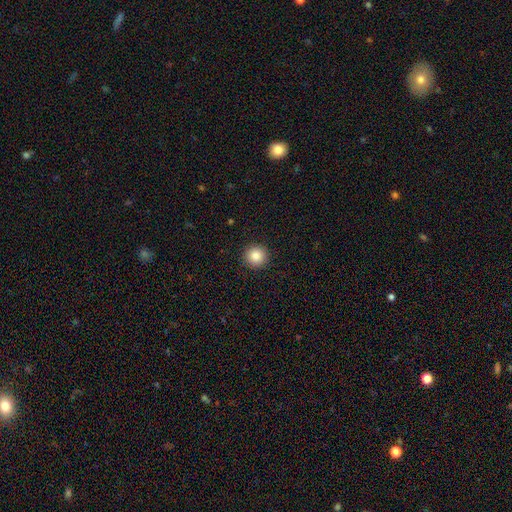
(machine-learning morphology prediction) smooth_or_featured: smooth (p=0.86) [alt: star or artifact p=0.10]
how_rounded: round (p=0.95) [alt: in between p=0.04]
merging: none (p=0.93) [alt: minor disturbance p=0.05]